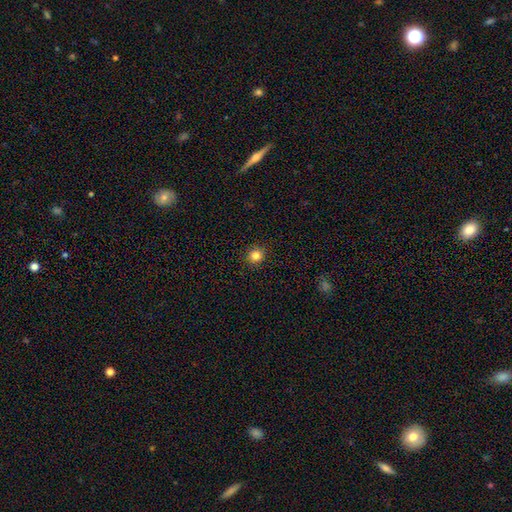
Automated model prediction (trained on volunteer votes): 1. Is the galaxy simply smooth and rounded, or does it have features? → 83% smooth, 12% star or artifact, 5% featured or disk.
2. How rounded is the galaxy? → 92% round, 7% in between, 1% cigar-shaped.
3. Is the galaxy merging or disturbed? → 92% none, 5% minor disturbance, 2% major disturbance, 1% merger.